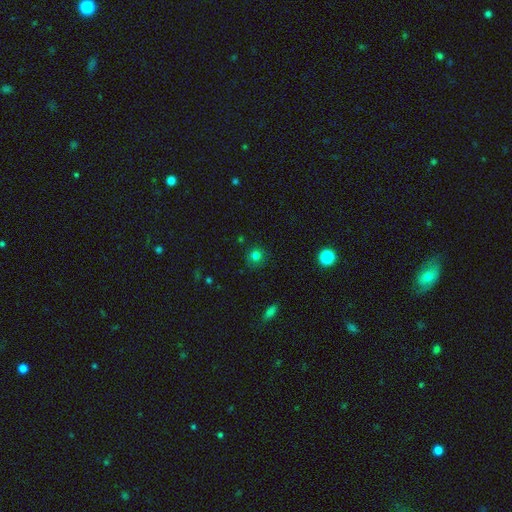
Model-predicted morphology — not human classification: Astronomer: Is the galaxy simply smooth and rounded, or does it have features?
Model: smooth — 79%.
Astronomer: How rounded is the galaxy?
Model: round — 89%.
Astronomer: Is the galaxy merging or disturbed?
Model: none — 85%.